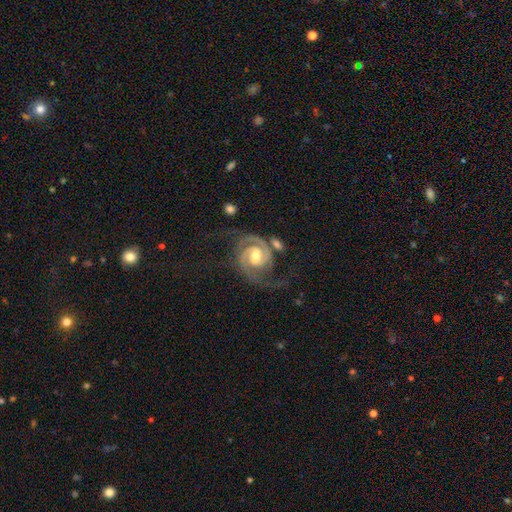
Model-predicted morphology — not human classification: Smooth or featured?
  - featured or disk: 92% *
  - star or artifact: 4%
  - smooth: 4%
Edge-on disk?
  - no: 98% *
  - yes: 2%
Bar?
  - weak: 42% * (tied)
  - no: 42% * (tied)
  - strong: 16%
Spiral arms?
  - yes: 98% *
  - no: 2%
Spiral winding?
  - tight: 52% *
  - medium: 40%
  - loose: 8%
Spiral arm count?
  - 2: 86% *
  - 3: 6%
  - can't tell: 3%
  - 1: 2%
  - 4: 1%
  - more than 4: 1%
Bulge size?
  - moderate: 69% *
  - small: 21%
  - large: 8%
  - none: 1%
  - dominant: 1%
Merging?
  - none: 57% *
  - minor disturbance: 20%
  - major disturbance: 17%
  - merger: 6%